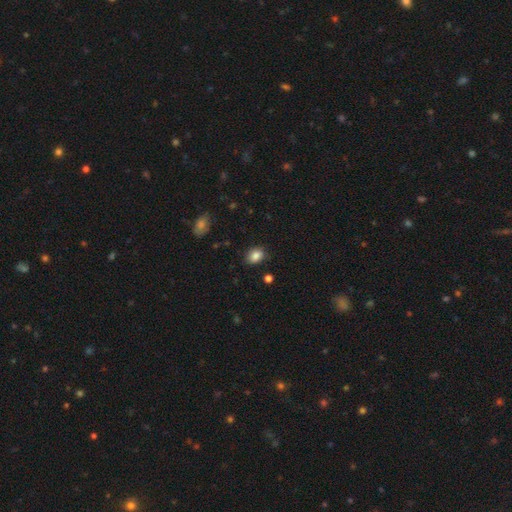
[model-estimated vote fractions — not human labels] smooth 86%, star or artifact 9%, featured or disk 5%. Down the decision tree: how rounded — in between (66%); merging — none (83%).